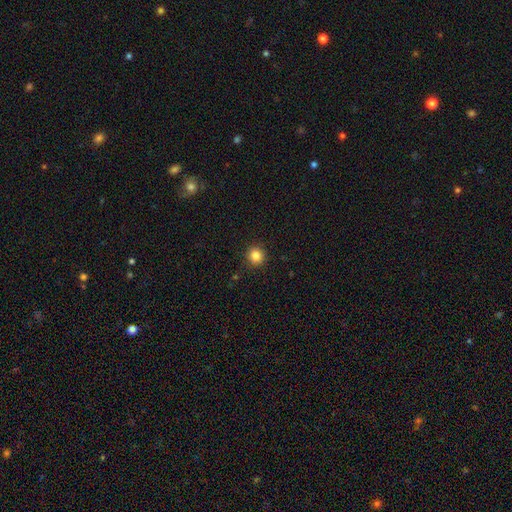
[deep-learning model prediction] A smooth galaxy with no disk features (84%) that is round (93%). Merging: none (91%).